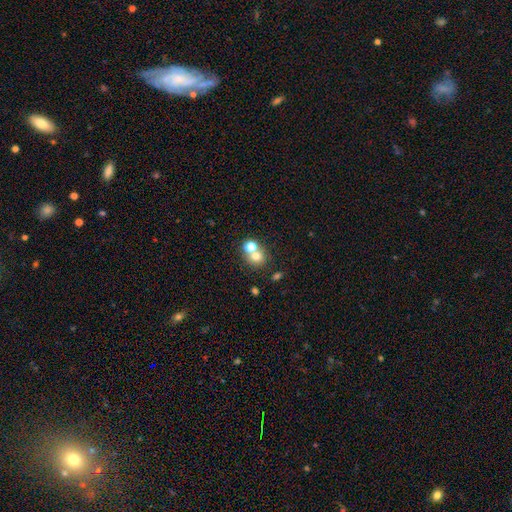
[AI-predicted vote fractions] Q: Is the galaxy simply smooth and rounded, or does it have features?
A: smooth — 71%.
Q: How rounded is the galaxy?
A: round — 80%.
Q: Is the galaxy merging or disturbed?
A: none — 47%.